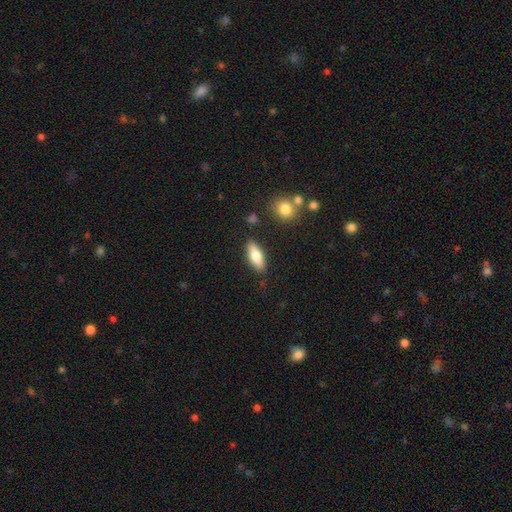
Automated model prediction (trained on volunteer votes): A smooth galaxy with no disk features (71%) that is in between round and cigar-shaped (67%). Merging: none (86%).